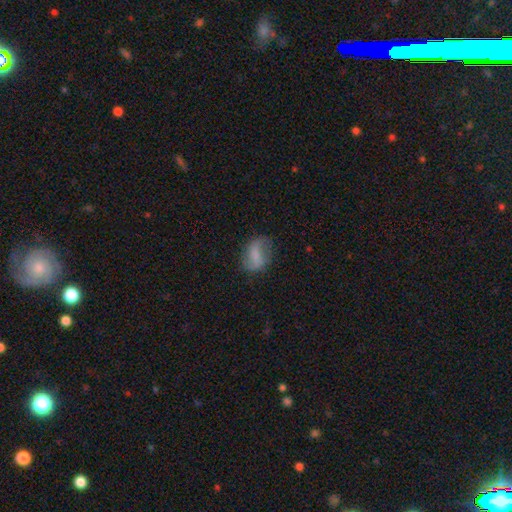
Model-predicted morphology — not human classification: Overall: smooth (54%; featured or disk 37%). How rounded: in between (79%). Merging: none (61%; minor disturbance 25%).